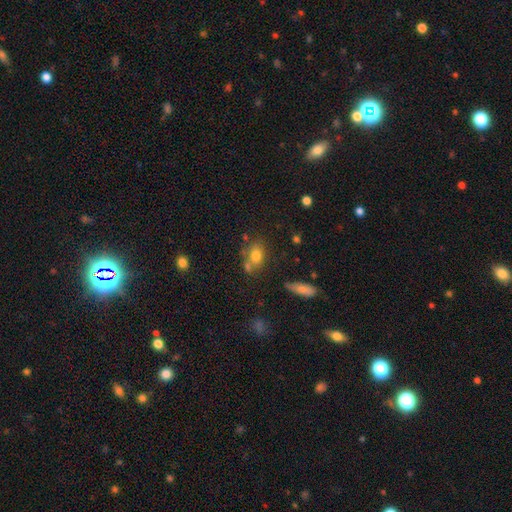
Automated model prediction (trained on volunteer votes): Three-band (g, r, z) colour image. It shows a smooth galaxy with no disk features (75%) that is in between round and cigar-shaped (64%). Merging: none (56%).